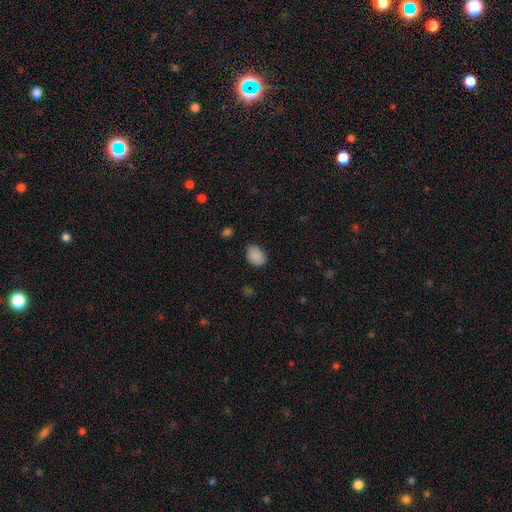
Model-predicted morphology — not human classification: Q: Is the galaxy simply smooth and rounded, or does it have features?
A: smooth — 88%.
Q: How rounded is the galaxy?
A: in between — 75%.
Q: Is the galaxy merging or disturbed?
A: none — 79%.